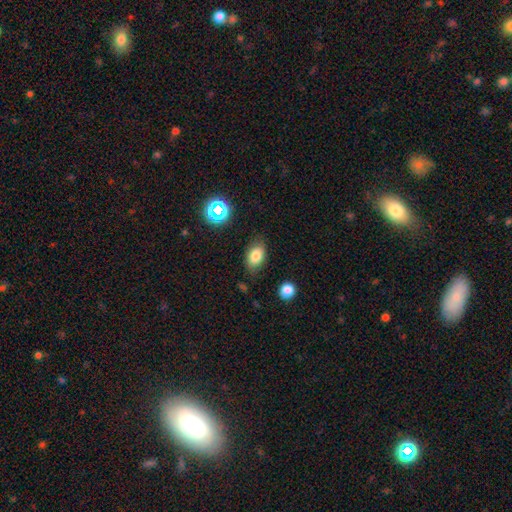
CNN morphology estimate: This appears to be a smooth galaxy with no disk features (79%) that is in between round and cigar-shaped (87%). Merging: none (76%).